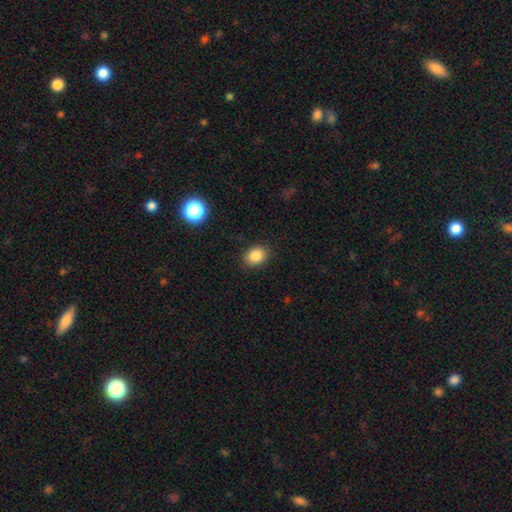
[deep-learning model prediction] Smooth or featured? smooth (85%)
How rounded? in between (60%)
Merging? none (88%)